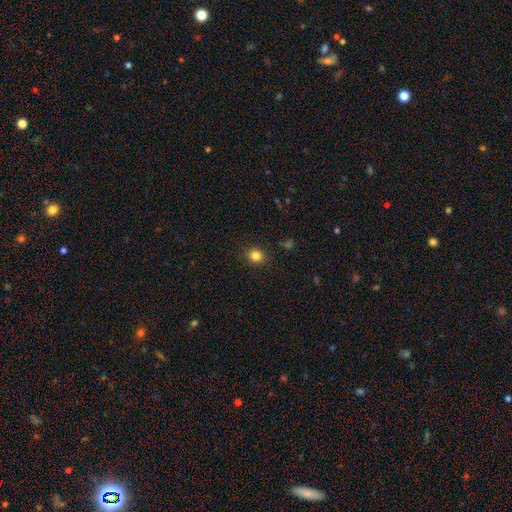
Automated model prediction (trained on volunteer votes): Morphology: type=smooth (84%); roundness=round (75%); merging=none (90%).